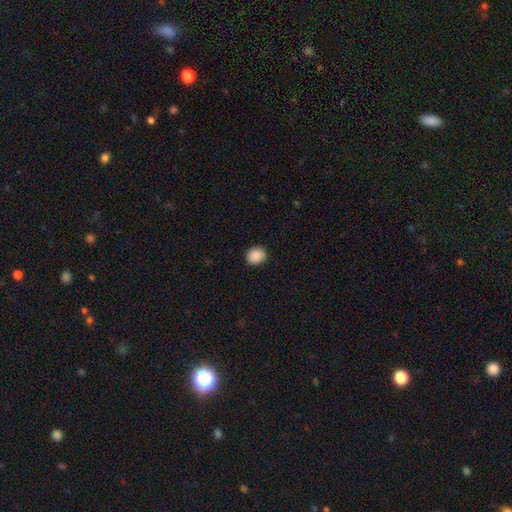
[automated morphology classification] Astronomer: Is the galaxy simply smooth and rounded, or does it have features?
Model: smooth — 90%.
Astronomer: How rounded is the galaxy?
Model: round — 68%.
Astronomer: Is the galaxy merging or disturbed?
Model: none — 89%.